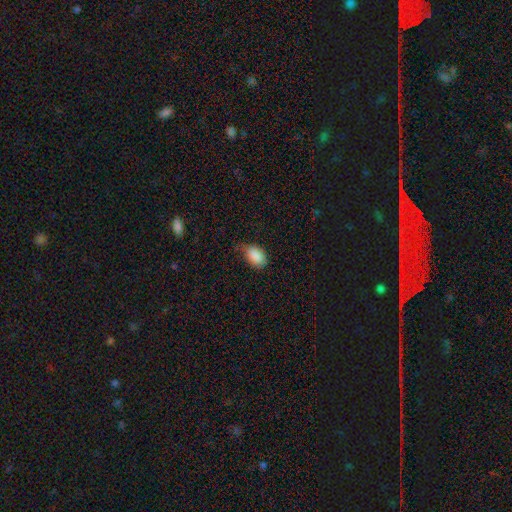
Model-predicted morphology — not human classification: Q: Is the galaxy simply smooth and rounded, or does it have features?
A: smooth — 89%.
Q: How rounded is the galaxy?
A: in between — 86%.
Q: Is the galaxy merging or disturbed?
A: none — 54%.